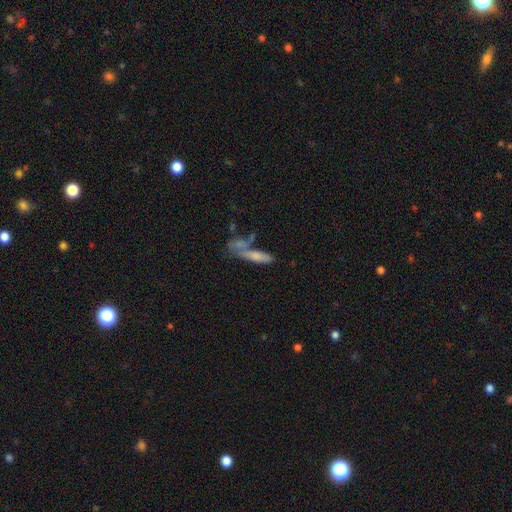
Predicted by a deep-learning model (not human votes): Smooth or featured? smooth (68%)
How rounded? cigar-shaped (68%)
Merging? none (44%)